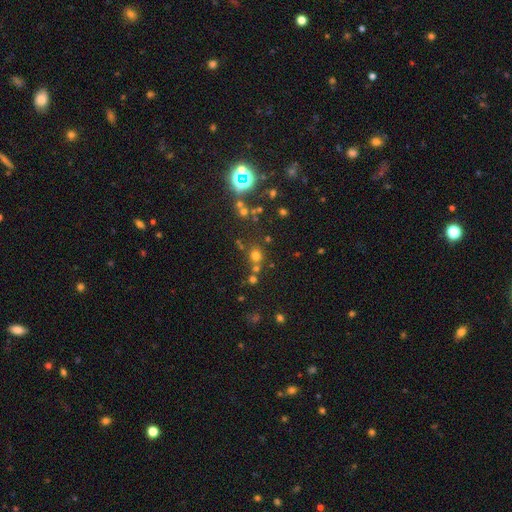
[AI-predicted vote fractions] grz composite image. It shows a smooth galaxy with no disk features (63%) that is round (84%). Merging: none (68%).